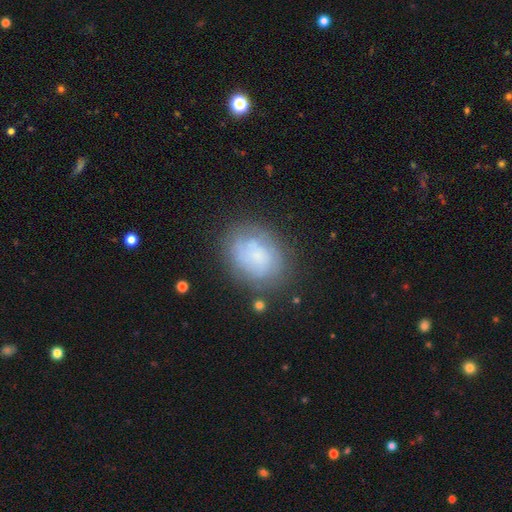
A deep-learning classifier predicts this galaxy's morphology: This appears to be a smooth galaxy with no disk features (55%) that is in between round and cigar-shaped (60%). Merging: none (64%).